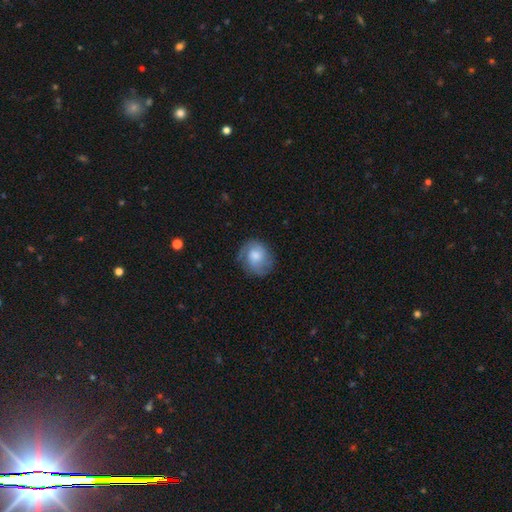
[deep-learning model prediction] Smooth or featured: featured or disk — 47% (smooth — 45%)
Merging: none — 68% (minor disturbance — 22%)